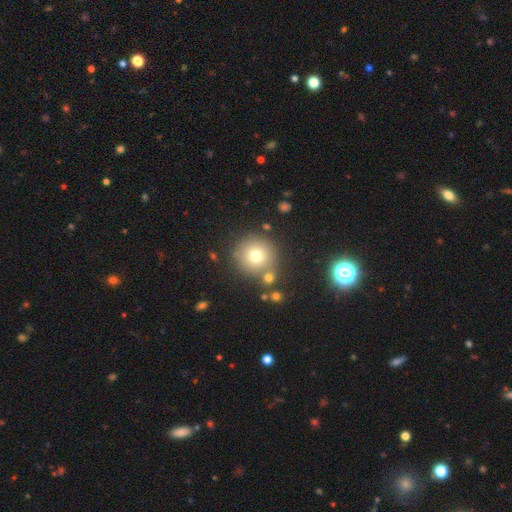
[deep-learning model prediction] Smooth or featured? Predicted: smooth (p=0.72). How rounded? Predicted: round (p=0.94). Merging? Predicted: none (p=0.77).